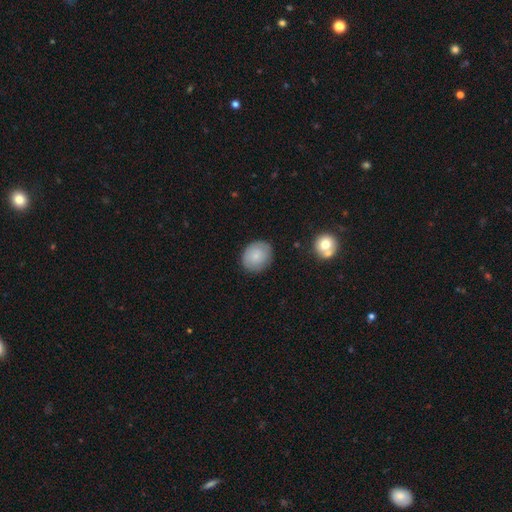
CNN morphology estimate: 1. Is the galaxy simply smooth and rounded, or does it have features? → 81% smooth, 12% featured or disk, 7% star or artifact.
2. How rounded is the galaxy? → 63% round, 36% in between, 1% cigar-shaped.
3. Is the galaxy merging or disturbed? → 83% none, 12% minor disturbance, 3% major disturbance, 1% merger.